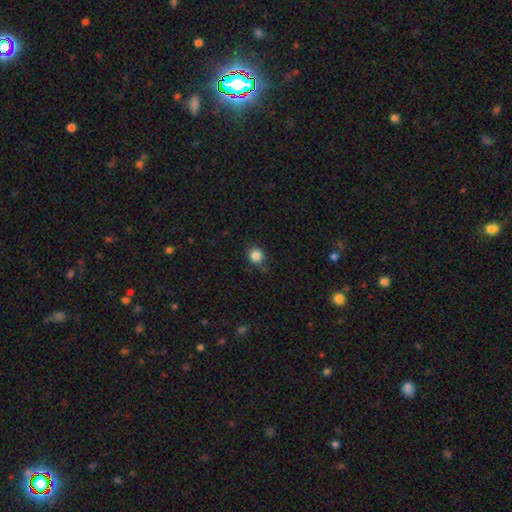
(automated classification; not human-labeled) Smooth or featured? Predicted: smooth (p=0.85). How rounded? Predicted: round (p=0.85). Merging? Predicted: none (p=0.81).